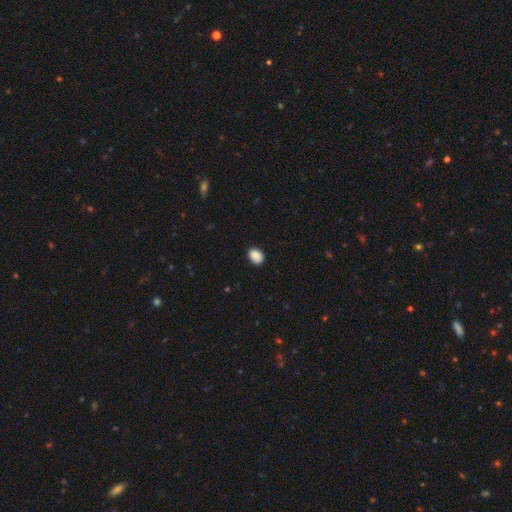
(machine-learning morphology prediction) Smooth or featured? Predicted: smooth (p=0.89). How rounded? Predicted: in between (p=0.70). Merging? Predicted: none (p=0.88).